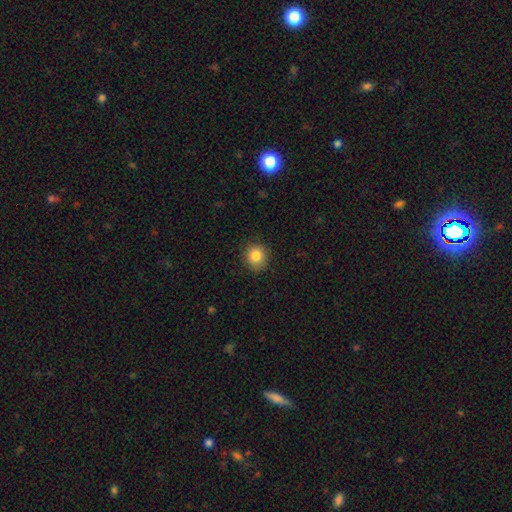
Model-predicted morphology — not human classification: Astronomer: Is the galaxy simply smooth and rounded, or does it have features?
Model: smooth — 84%.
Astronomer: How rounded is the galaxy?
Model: round — 86%.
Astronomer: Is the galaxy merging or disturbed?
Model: none — 87%.